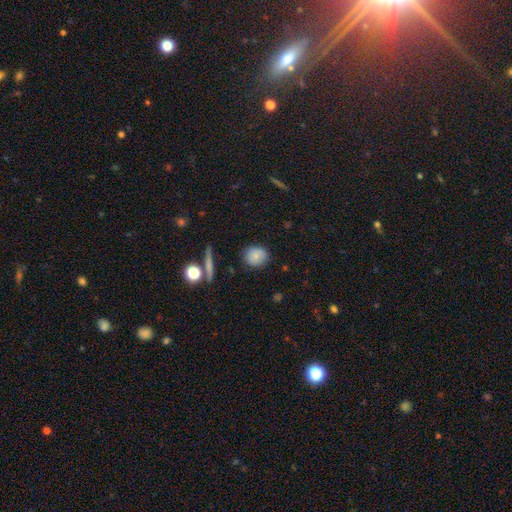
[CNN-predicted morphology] type=smooth (78%); roundness=round (74%); merging=none (81%).